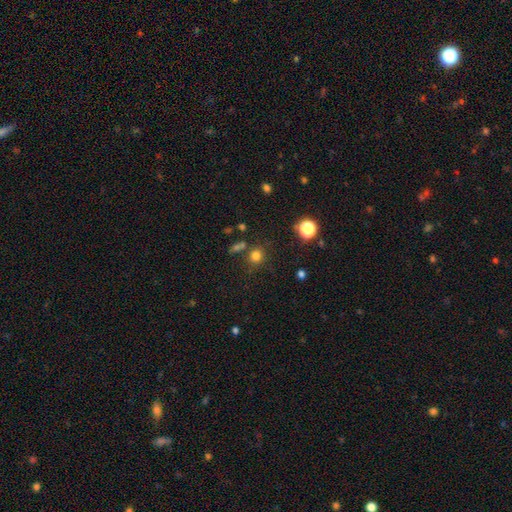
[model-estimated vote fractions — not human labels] smooth-or-featured: smooth: 76% | star or artifact: 18% | featured or disk: 6%
  how-rounded: round: 81% | in between: 18% | cigar-shaped: 1%
  merging: none: 74% | minor disturbance: 11% | merger: 10% | major disturbance: 5%